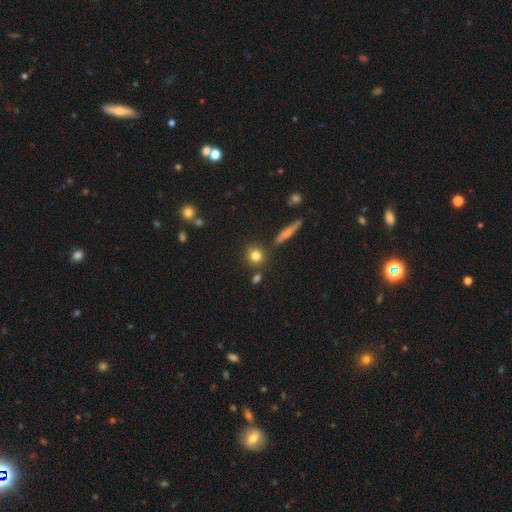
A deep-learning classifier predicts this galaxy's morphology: Smooth or featured: smooth — 79% (star or artifact — 11%)
How rounded: round — 84% (in between — 13%)
Merging: none — 81% (minor disturbance — 9%)